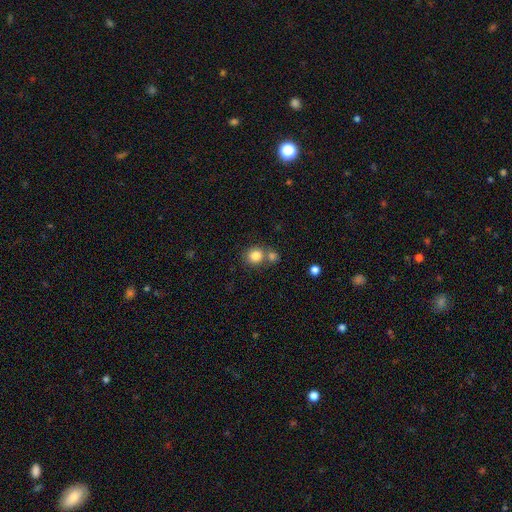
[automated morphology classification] A smooth galaxy with no disk features (83%) that is round (84%).

Vote fractions:
- Smooth or featured? smooth: 83% / star or artifact: 11% / featured or disk: 7%
- How rounded? round: 84% / in between: 15% / cigar-shaped: 1%
- Merging? none: 57% / merger: 31% / minor disturbance: 8% / major disturbance: 3%